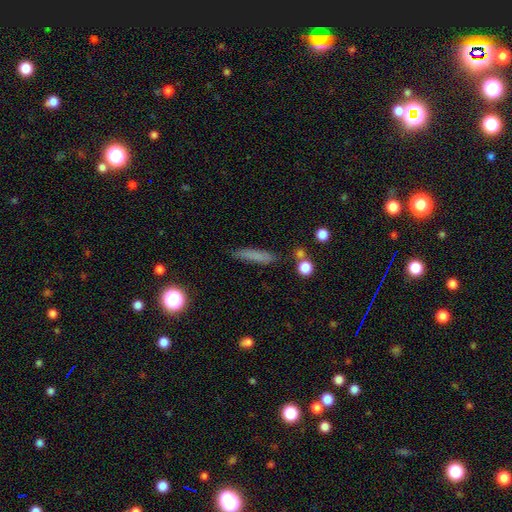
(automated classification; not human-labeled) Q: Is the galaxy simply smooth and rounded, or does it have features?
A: smooth — 74%.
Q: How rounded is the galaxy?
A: cigar-shaped — 87%.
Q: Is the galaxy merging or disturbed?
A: none — 80%.